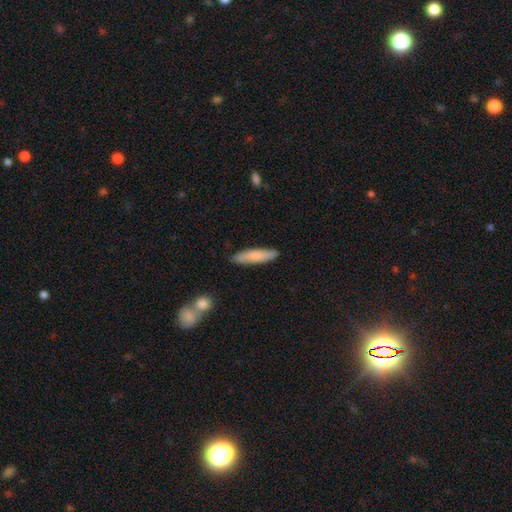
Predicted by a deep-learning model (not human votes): Smooth or featured?
  - smooth: 79% *
  - featured or disk: 15%
  - star or artifact: 6%
How rounded?
  - cigar-shaped: 79% *
  - in between: 20%
  - round: 1%
Merging?
  - none: 87% *
  - minor disturbance: 9%
  - major disturbance: 2%
  - merger: 2%